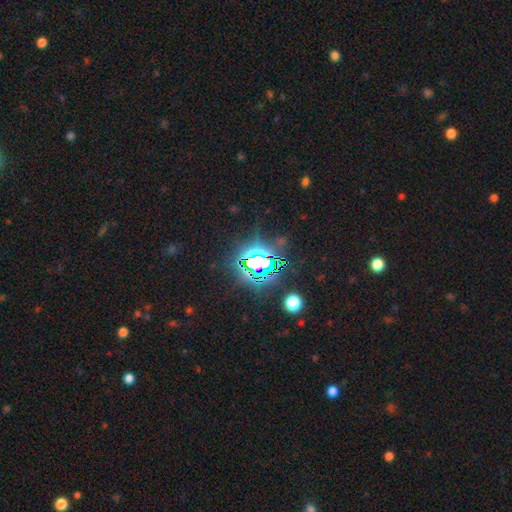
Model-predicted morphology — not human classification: This is likely a star or artifact rather than a galaxy (78%).